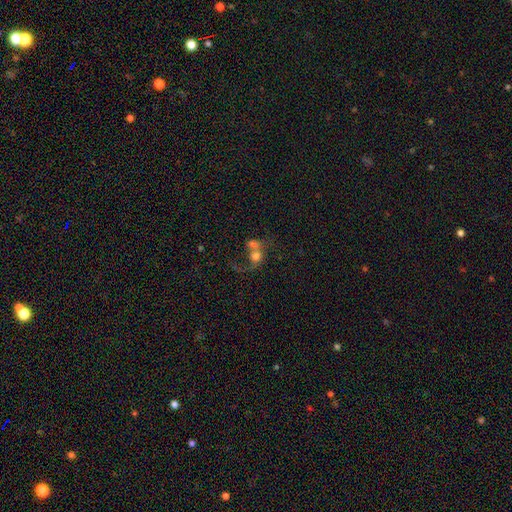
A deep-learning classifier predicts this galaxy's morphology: A smooth galaxy with no disk features (52%) that is round (65%). Merging: merger (72%).